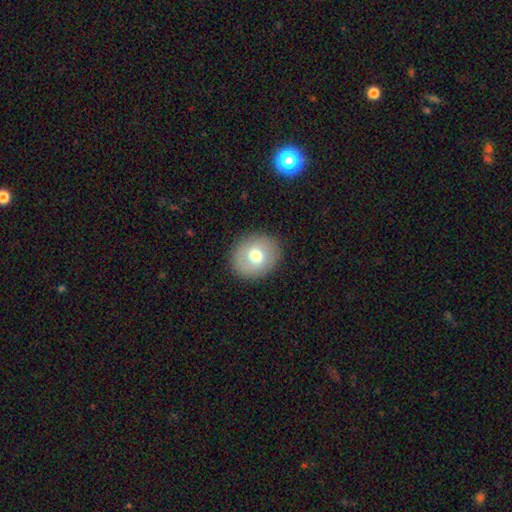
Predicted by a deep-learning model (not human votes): Q: Smooth or featured?
A: smooth (70%); runner-up: featured or disk (22%)
Q: How rounded?
A: round (71%); runner-up: in between (29%)
Q: Merging?
A: none (88%); runner-up: minor disturbance (8%)